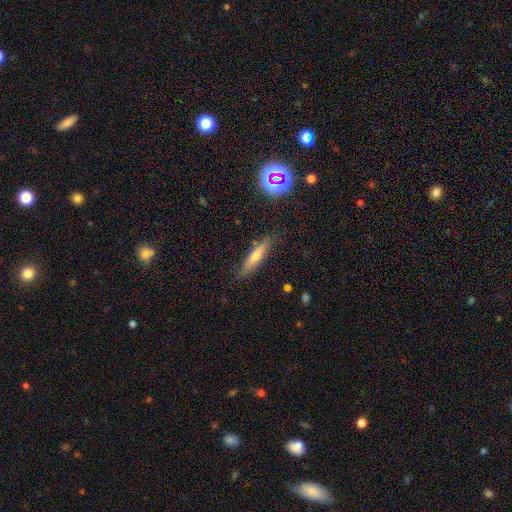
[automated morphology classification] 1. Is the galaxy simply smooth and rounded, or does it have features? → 56% smooth, 34% featured or disk, 11% star or artifact.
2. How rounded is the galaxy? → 79% cigar-shaped, 19% in between, 2% round.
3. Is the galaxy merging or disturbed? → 84% none, 12% minor disturbance, 3% major disturbance, 2% merger.